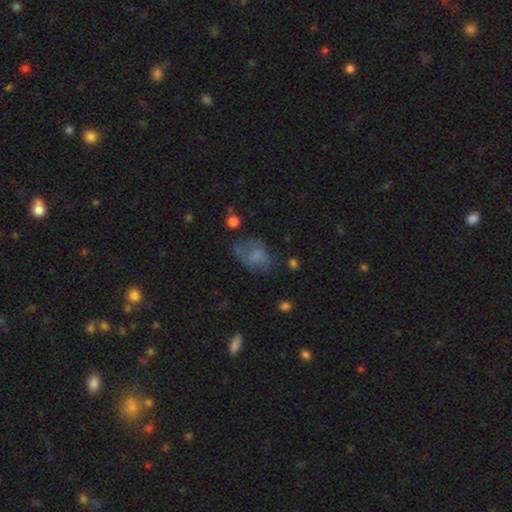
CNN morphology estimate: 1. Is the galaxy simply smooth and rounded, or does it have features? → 62% smooth, 24% featured or disk, 14% star or artifact.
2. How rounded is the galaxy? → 77% in between, 22% round, 2% cigar-shaped.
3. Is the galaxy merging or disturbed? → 41% none, 27% minor disturbance, 25% major disturbance, 6% merger.